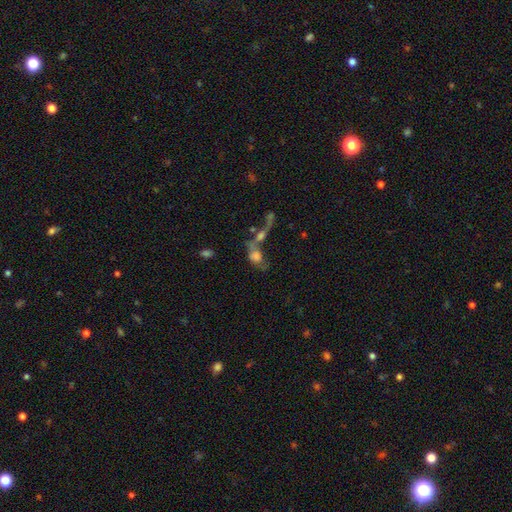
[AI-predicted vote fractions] Smooth or featured? smooth (46%)
Merging? merger (61%)